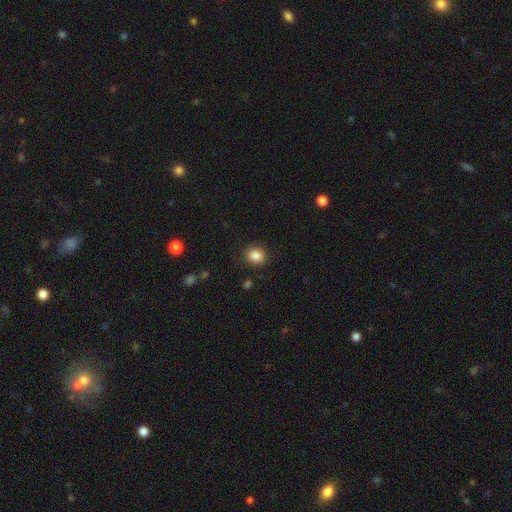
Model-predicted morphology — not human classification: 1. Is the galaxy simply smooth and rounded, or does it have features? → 86% smooth, 10% star or artifact, 4% featured or disk.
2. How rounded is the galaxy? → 71% round, 28% in between, 1% cigar-shaped.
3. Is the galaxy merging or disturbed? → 88% none, 8% minor disturbance, 3% major disturbance, 1% merger.